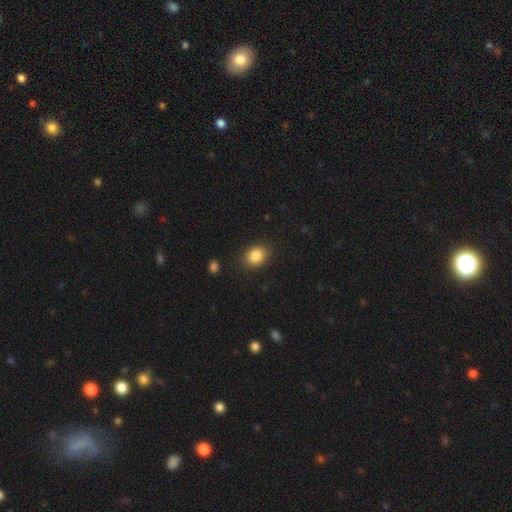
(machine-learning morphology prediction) Smooth or featured?
  - smooth: 86% *
  - star or artifact: 9%
  - featured or disk: 5%
How rounded?
  - round: 50% *
  - in between: 49%
  - cigar-shaped: 1%
Merging?
  - none: 86% *
  - minor disturbance: 10%
  - major disturbance: 3%
  - merger: 1%